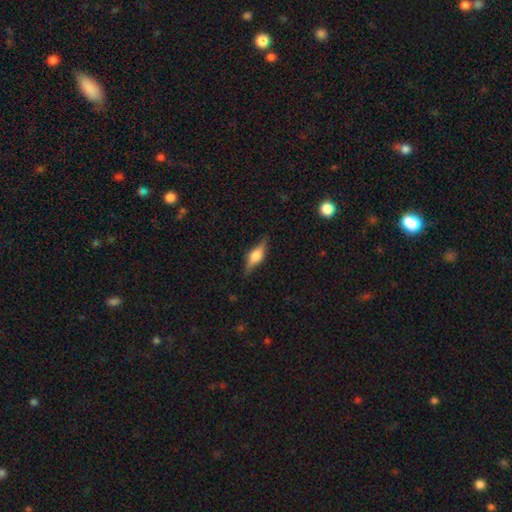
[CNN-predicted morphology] A featured or disk galaxy (55%) viewed edge-on (94%) with a rounded central bulge (88%).

Vote fractions:
- Smooth or featured? featured or disk: 55% / smooth: 38% / star or artifact: 7%
- Edge-on disk? yes: 94% / no: 6%
- Edge-on bulge? rounded: 88% / boxy: 10% / none: 2%
- Merging? none: 82% / minor disturbance: 14% / major disturbance: 3% / merger: 1%